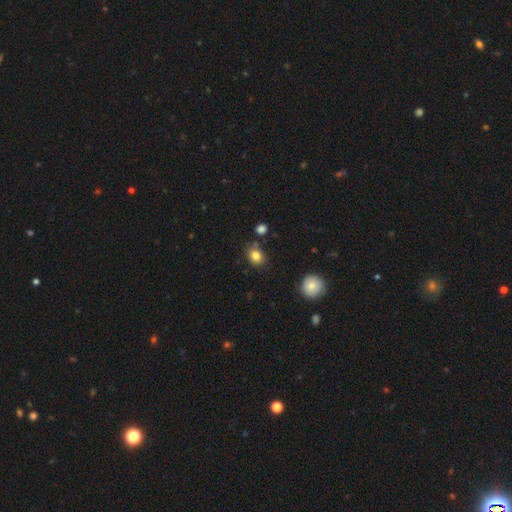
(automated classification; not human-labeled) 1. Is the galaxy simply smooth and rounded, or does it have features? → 83% smooth, 10% star or artifact, 6% featured or disk.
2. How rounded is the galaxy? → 51% in between, 48% round, 1% cigar-shaped.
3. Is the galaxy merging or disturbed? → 77% none, 14% minor disturbance, 6% merger, 3% major disturbance.